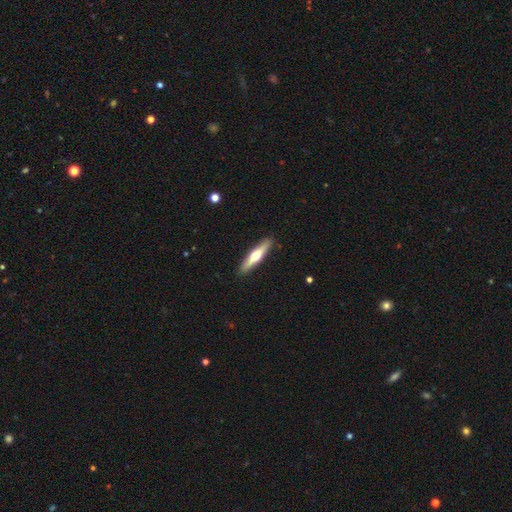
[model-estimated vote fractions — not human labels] featured or disk 51%, smooth 44%, star or artifact 5%. Down the decision tree: edge-on disk — yes (93%); merging — none (91%).